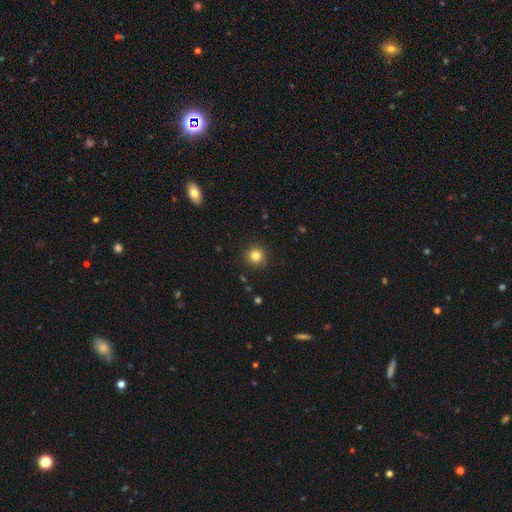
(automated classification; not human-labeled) Morphology: type=smooth (82%); roundness=round (93%); merging=none (88%).